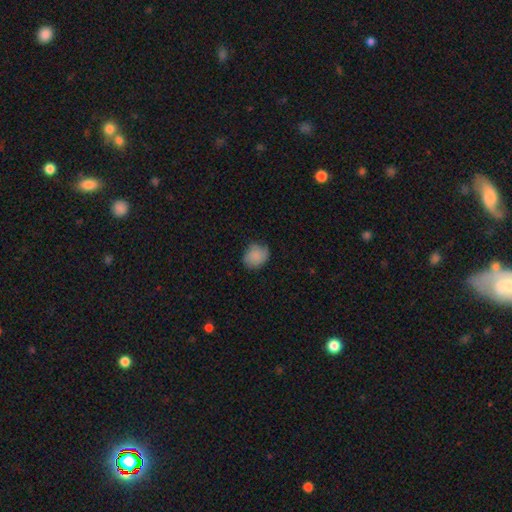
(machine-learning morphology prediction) This appears to be a smooth galaxy with no disk features (82%) that is round (58%). Merging: none (71%).